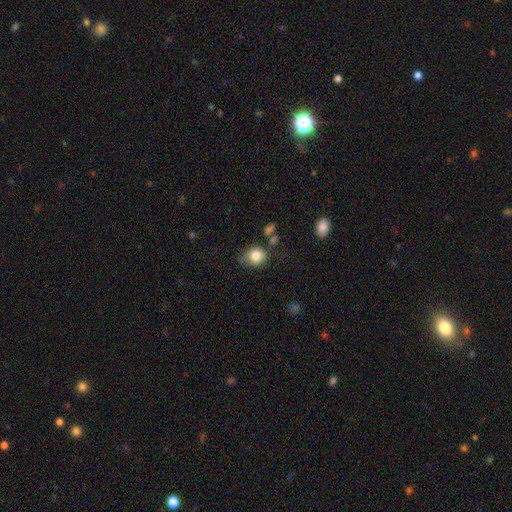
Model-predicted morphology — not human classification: Q: Smooth or featured?
A: smooth (81%); runner-up: star or artifact (9%)
Q: How rounded?
A: round (53%); runner-up: in between (46%)
Q: Merging?
A: none (58%); runner-up: minor disturbance (28%)